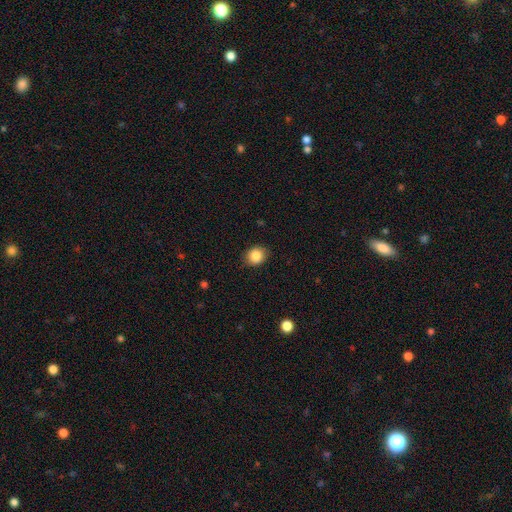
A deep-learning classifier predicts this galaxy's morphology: Smooth or featured? smooth (86%)
How rounded? round (71%)
Merging? none (87%)